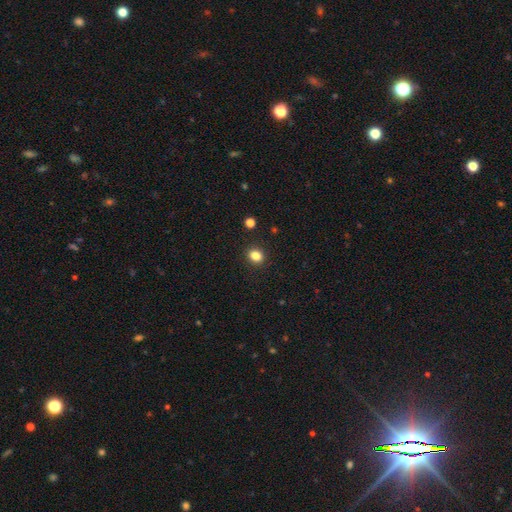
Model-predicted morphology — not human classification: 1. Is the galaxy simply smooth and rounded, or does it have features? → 83% smooth, 12% star or artifact, 5% featured or disk.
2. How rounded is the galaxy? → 58% round, 41% in between, 1% cigar-shaped.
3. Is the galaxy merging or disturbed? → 90% none, 7% minor disturbance, 2% major disturbance, 1% merger.